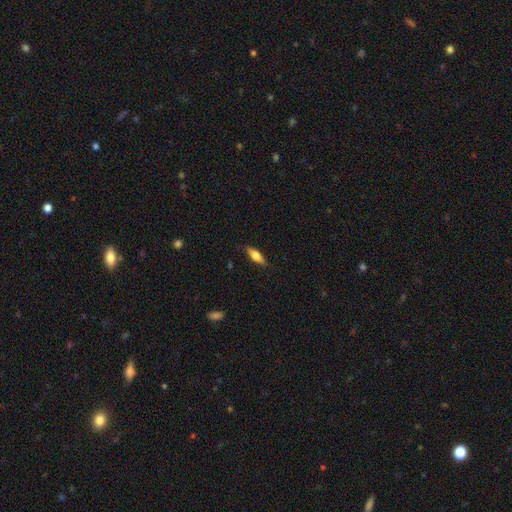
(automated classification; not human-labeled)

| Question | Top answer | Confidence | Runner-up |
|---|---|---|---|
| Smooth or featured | smooth | 63% | featured or disk (30%) |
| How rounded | in between | 57% | cigar-shaped (40%) |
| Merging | none | 84% | minor disturbance (12%) |